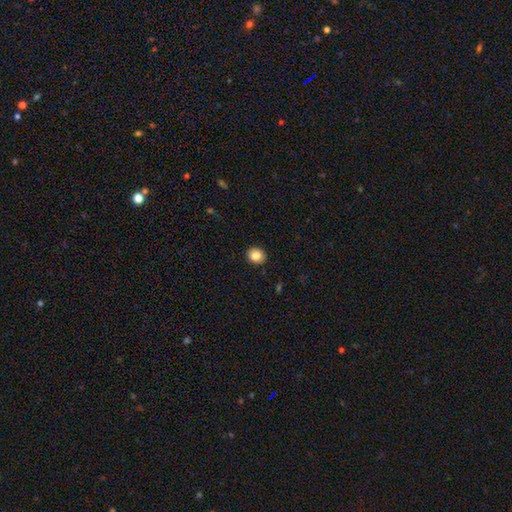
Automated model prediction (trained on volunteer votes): Overall: smooth (86%). How rounded: round (71%). Merging: none (90%).